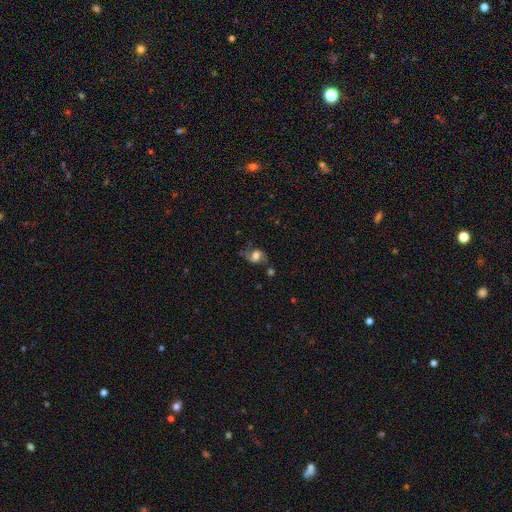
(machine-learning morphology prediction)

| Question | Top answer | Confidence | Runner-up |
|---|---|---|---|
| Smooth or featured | featured or disk | 50% | smooth (39%) |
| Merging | none | 54% | minor disturbance (23%) |